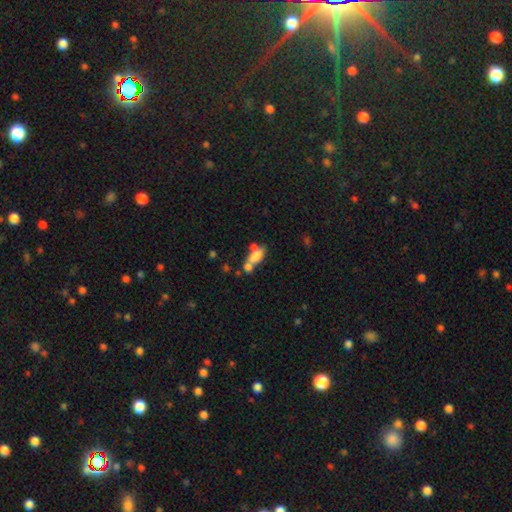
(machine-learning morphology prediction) Smooth or featured: smooth — 68% (featured or disk — 22%)
How rounded: in between — 78% (cigar-shaped — 15%)
Merging: merger — 50% (none — 28%)